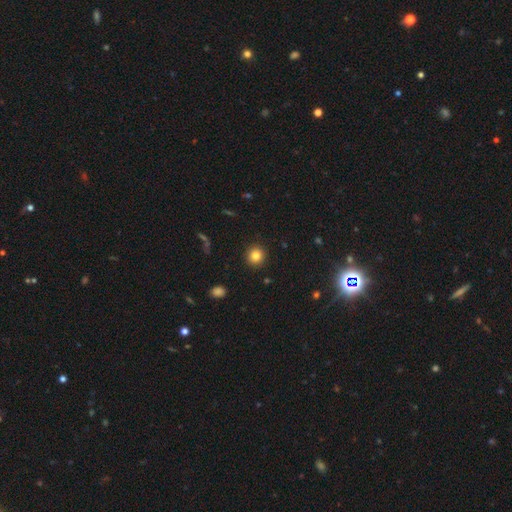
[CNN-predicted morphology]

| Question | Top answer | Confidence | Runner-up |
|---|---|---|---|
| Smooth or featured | smooth | 83% | star or artifact (11%) |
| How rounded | round | 93% | in between (6%) |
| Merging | none | 92% | minor disturbance (5%) |